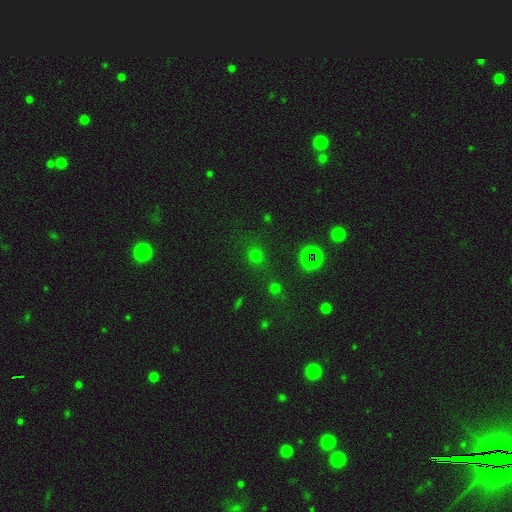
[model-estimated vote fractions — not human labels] The model was most divided on "smooth or featured": smooth: 61%, star or artifact: 33%, featured or disk: 7%. More confident: how rounded — round (86%); merging — none (80%).